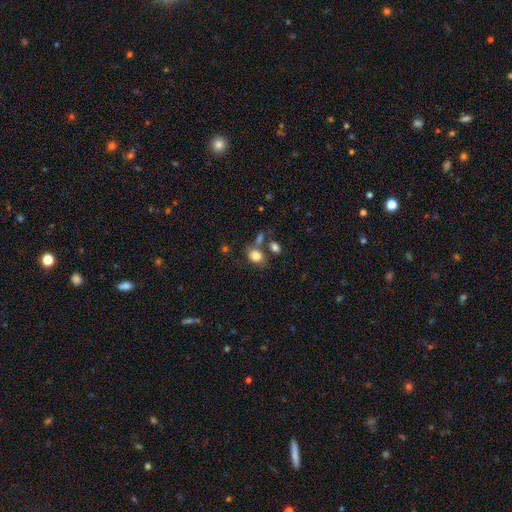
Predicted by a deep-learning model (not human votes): The model was most divided on "merging": none: 56%, merger: 22%, minor disturbance: 16%, major disturbance: 7%. More confident: smooth or featured — smooth (81%); how rounded — in between (67%).